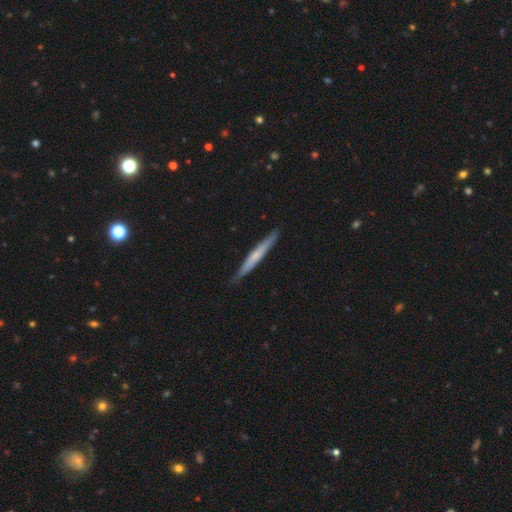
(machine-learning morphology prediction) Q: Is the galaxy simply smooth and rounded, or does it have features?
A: smooth — 49%.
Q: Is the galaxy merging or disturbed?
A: none — 88%.